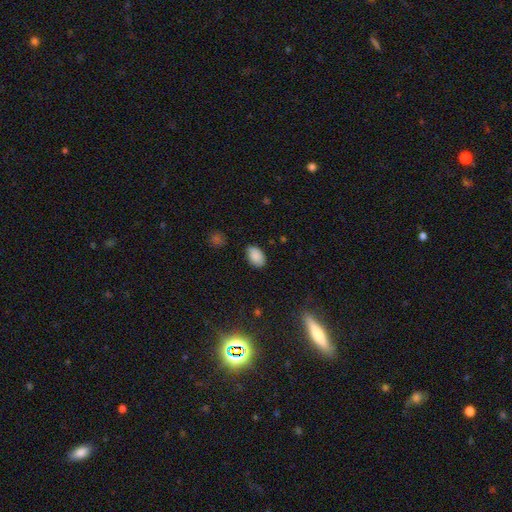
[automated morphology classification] A smooth galaxy with no disk features (88%) that is in between round and cigar-shaped (90%). Merging: none (80%).